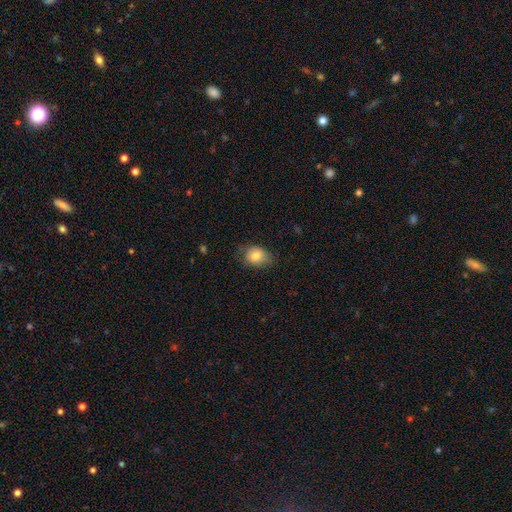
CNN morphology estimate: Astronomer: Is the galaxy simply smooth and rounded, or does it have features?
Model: smooth — 81%.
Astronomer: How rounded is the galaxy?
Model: in between — 58% (runner-up: round, 41%).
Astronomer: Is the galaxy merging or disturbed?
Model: none — 67%.